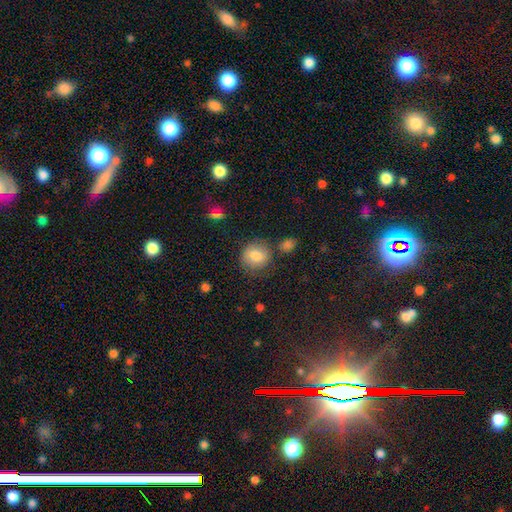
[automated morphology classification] A smooth galaxy with no disk features (82%) that is round (86%). Merging: none (76%).